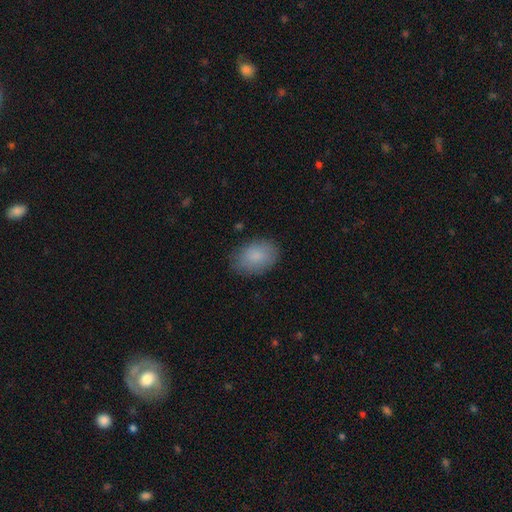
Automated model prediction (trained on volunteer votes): Overall: smooth (86%). How rounded: in between (84%). Merging: none (80%).